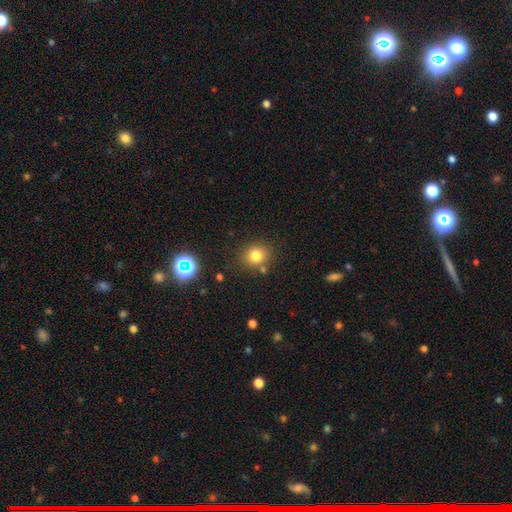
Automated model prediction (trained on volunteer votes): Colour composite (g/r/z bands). It shows a smooth galaxy with no disk features (79%) that is round (80%). Merging: none (80%).